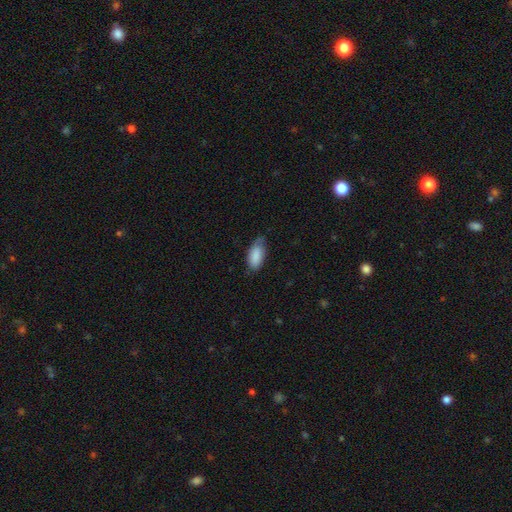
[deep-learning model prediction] A smooth galaxy with no disk features (86%) that is in between round and cigar-shaped (91%). Merging: none (55%).